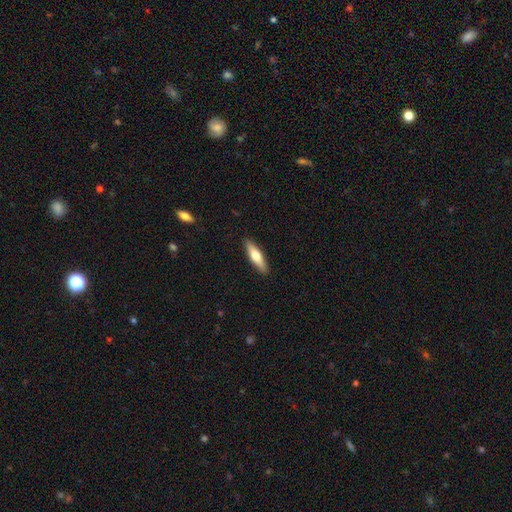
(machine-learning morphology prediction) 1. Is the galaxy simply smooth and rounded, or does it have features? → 59% smooth, 35% featured or disk, 5% star or artifact.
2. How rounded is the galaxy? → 72% cigar-shaped, 26% in between, 2% round.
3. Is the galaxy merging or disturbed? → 90% none, 7% minor disturbance, 2% major disturbance, 1% merger.